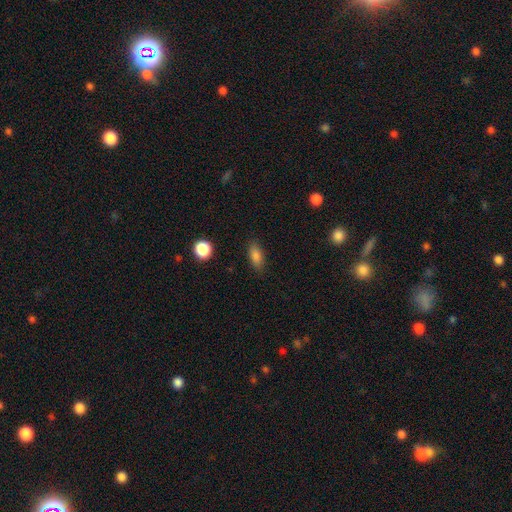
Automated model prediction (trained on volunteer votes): Q: Smooth or featured?
A: smooth (83%); runner-up: star or artifact (9%)
Q: How rounded?
A: in between (79%); runner-up: cigar-shaped (16%)
Q: Merging?
A: none (85%); runner-up: minor disturbance (11%)